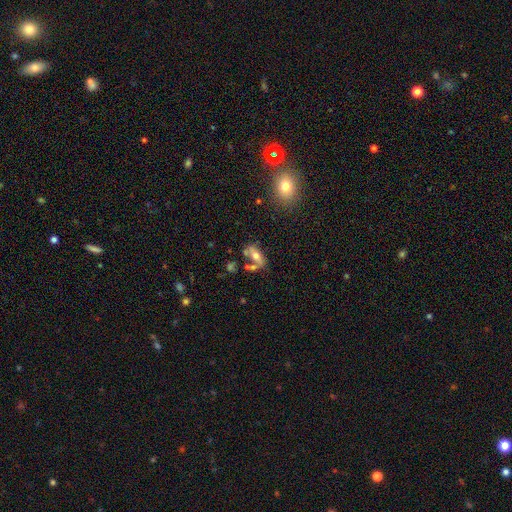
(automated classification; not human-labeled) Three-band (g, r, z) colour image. It shows a smooth galaxy with no disk features (46%). Merging: none (41%).